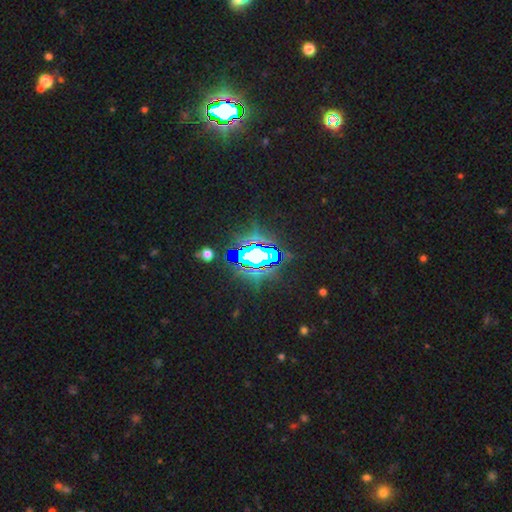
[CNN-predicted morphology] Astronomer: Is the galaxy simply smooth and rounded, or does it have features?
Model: star or artifact — 74%.